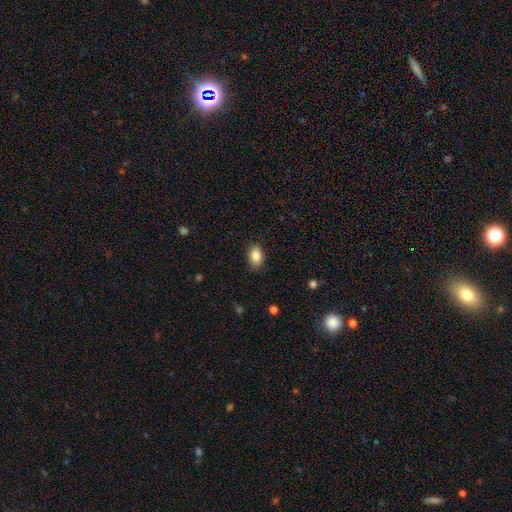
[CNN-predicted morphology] Smooth or featured? smooth (86%)
How rounded? in between (85%)
Merging? none (85%)